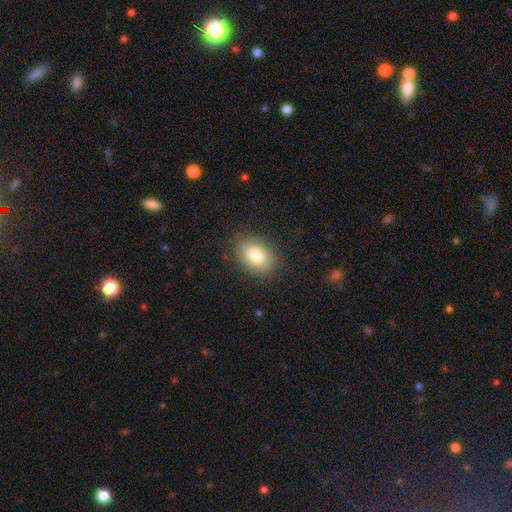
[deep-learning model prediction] smooth-or-featured: smooth: 81% | featured or disk: 10% | star or artifact: 9%
  how-rounded: in between: 78% | round: 21% | cigar-shaped: 1%
  merging: none: 85% | minor disturbance: 11% | major disturbance: 3% | merger: 1%